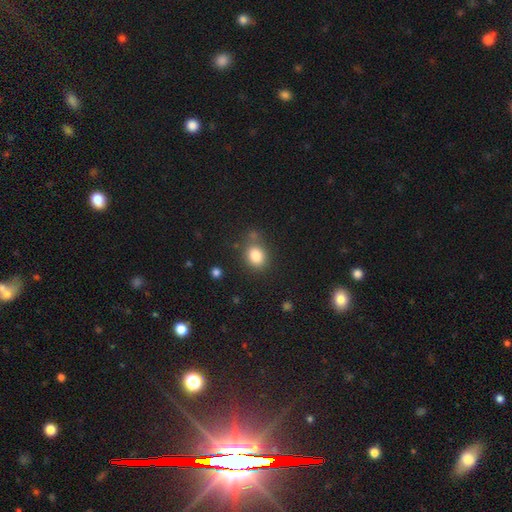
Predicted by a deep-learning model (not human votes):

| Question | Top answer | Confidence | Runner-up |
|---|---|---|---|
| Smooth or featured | smooth | 84% | star or artifact (10%) |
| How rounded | round | 52% | in between (47%) |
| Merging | none | 70% | minor disturbance (16%) |